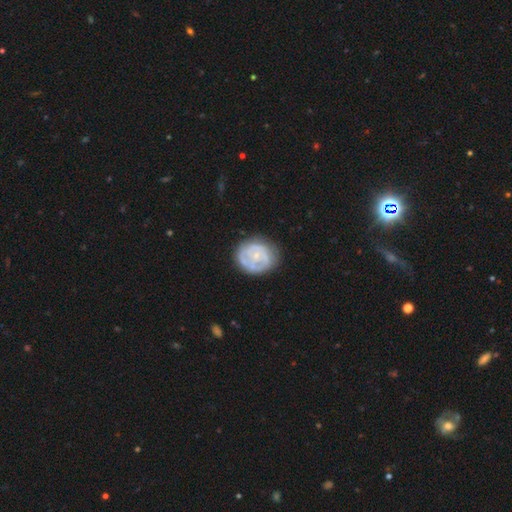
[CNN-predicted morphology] Q: Smooth or featured?
A: featured or disk (64%); runner-up: smooth (31%)
Q: Edge-on disk?
A: no (98%); runner-up: yes (2%)
Q: Bar?
A: no (79%); runner-up: weak (18%)
Q: Spiral arms?
A: yes (56%); runner-up: no (44%)
Q: Bulge size?
A: small (69%); runner-up: moderate (21%)
Q: Merging?
A: none (65%); runner-up: minor disturbance (23%)